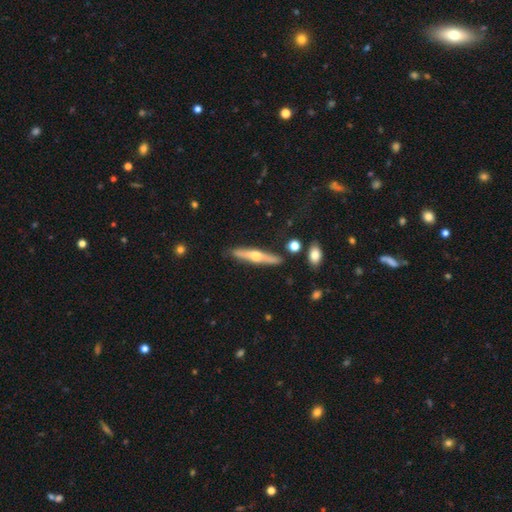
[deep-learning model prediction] Q: Smooth or featured?
A: featured or disk (64%); runner-up: smooth (30%)
Q: Edge-on disk?
A: yes (96%); runner-up: no (4%)
Q: Edge-on bulge?
A: rounded (92%); runner-up: none (5%)
Q: Merging?
A: none (87%); runner-up: minor disturbance (9%)